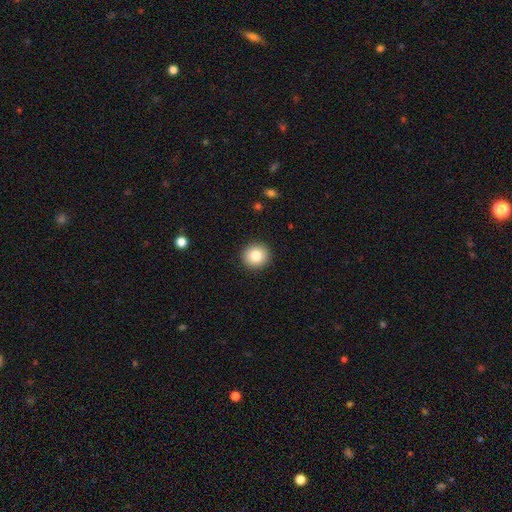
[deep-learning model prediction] Smooth or featured? smooth (83%)
How rounded? round (89%)
Merging? none (92%)